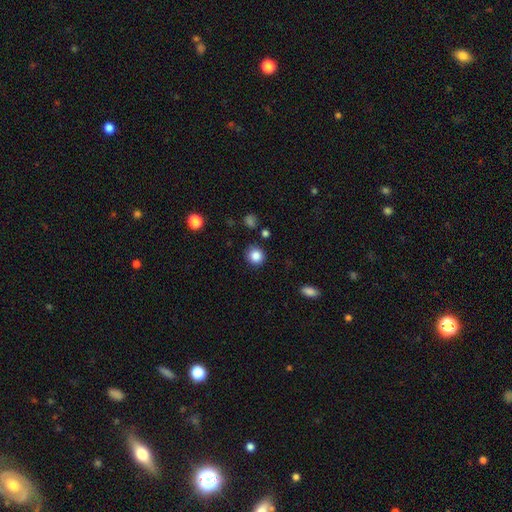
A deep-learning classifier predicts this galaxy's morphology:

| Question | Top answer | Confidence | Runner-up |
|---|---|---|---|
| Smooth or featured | smooth | 85% | star or artifact (10%) |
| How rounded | round | 89% | in between (10%) |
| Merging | none | 87% | minor disturbance (8%) |